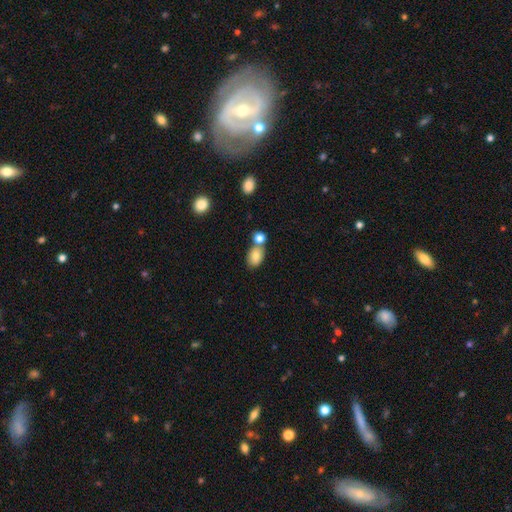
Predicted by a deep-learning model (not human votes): A smooth galaxy with no disk features (80%) that is in between round and cigar-shaped (81%). Merging: none (56%).